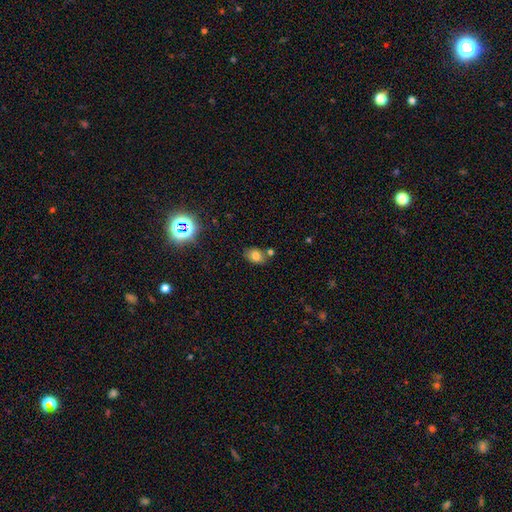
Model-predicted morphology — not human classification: A smooth galaxy with no disk features (75%) that is in between round and cigar-shaped (71%).

Vote fractions:
- Smooth or featured? smooth: 75% / star or artifact: 15% / featured or disk: 10%
- How rounded? in between: 71% / round: 28% / cigar-shaped: 1%
- Merging? none: 69% / merger: 14% / minor disturbance: 14% / major disturbance: 4%